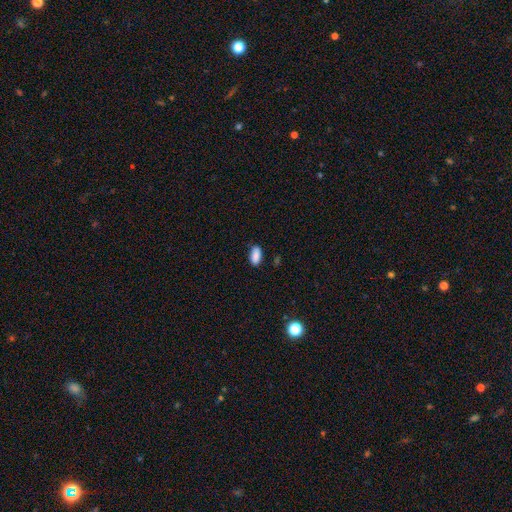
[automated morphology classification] Smooth or featured? Predicted: smooth (p=0.88). How rounded? Predicted: in between (p=0.91). Merging? Predicted: none (p=0.79).